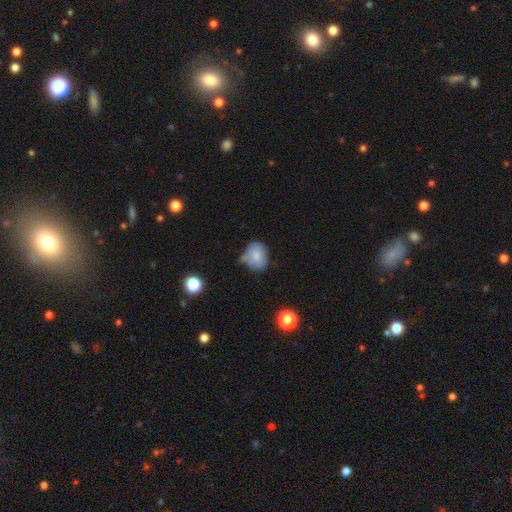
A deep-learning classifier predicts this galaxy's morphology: A smooth galaxy with no disk features (78%) that is in between round and cigar-shaped (52%). Merging: none (46%).